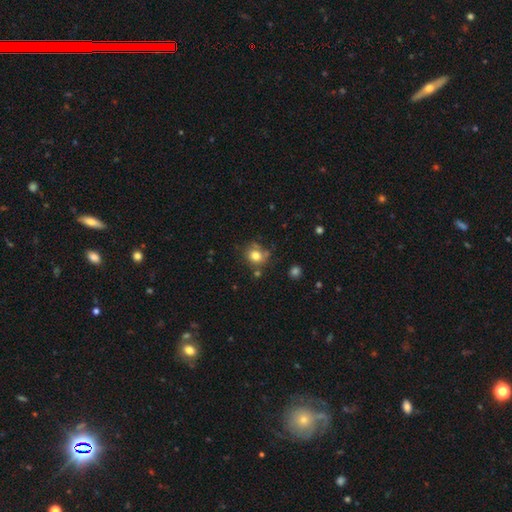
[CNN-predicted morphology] Smooth or featured: smooth — 78% (star or artifact — 12%)
How rounded: round — 75% (in between — 24%)
Merging: none — 66% (minor disturbance — 19%)